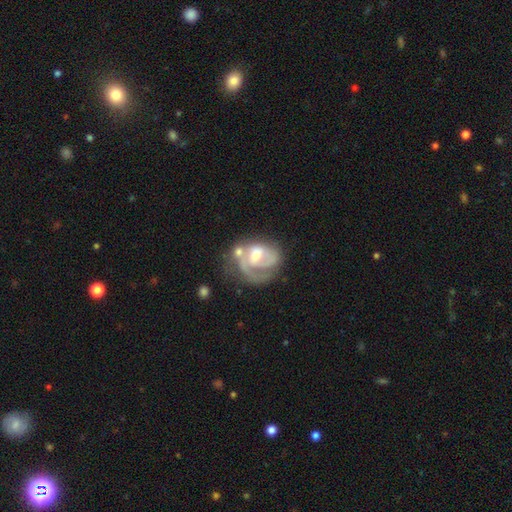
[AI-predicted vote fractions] This is likely a featured or disk galaxy (77%). It is clearly not viewed edge-on (98%). Bar: possibly no (46%). Spiral arm pattern: clearly yes (83%). Spiral arm count: possibly 1 (47%). Spiral winding: possibly tight (47%). Central bulge: possibly moderate (58%). Merging: marginally none (38%).